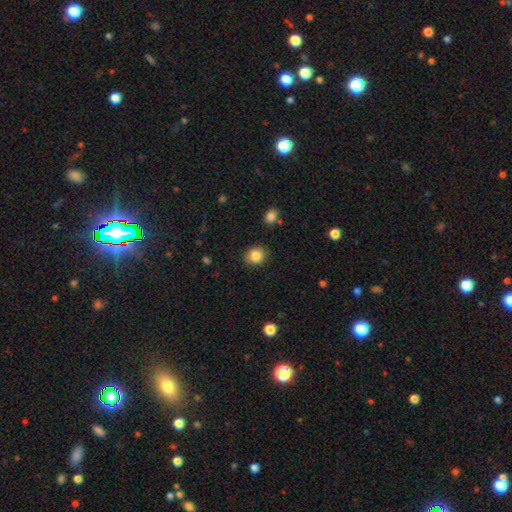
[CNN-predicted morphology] type=smooth (85%); roundness=round (70%); merging=none (86%).